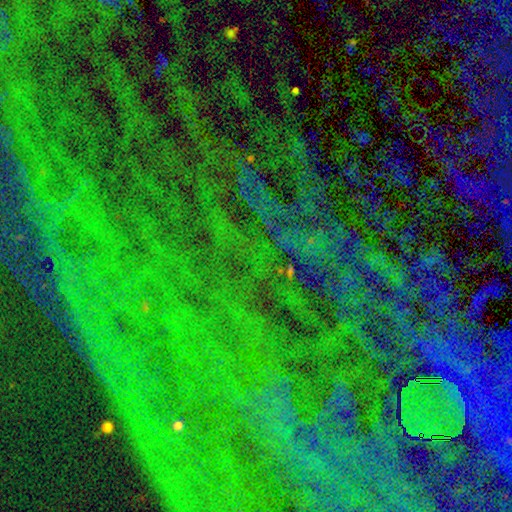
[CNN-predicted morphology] Q: Smooth or featured?
A: star or artifact (85%); runner-up: featured or disk (8%)